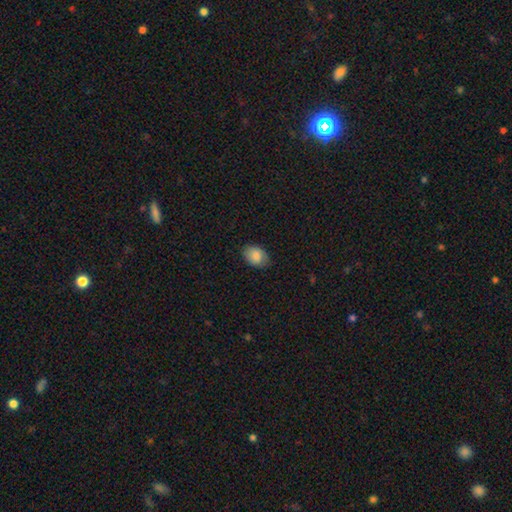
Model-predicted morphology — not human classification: Q: Smooth or featured?
A: smooth (84%); runner-up: featured or disk (9%)
Q: How rounded?
A: in between (79%); runner-up: round (20%)
Q: Merging?
A: none (78%); runner-up: minor disturbance (18%)